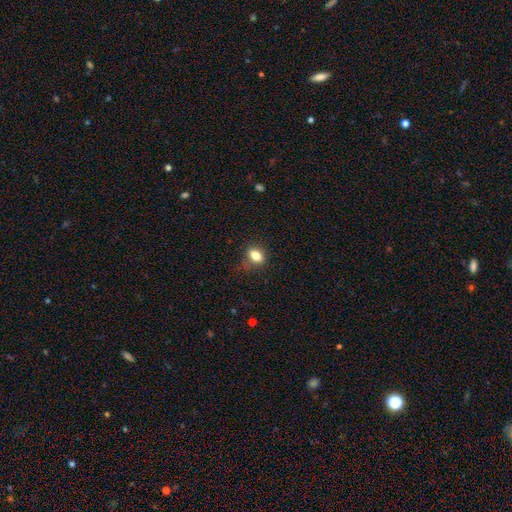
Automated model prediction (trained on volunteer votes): Overall: smooth (81%). How rounded: in between (74%). Merging: none (74%).